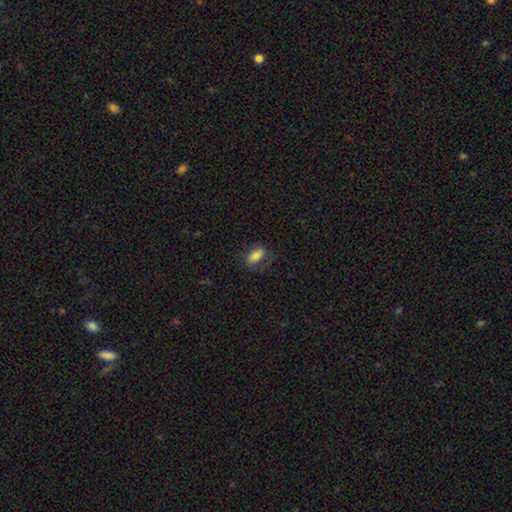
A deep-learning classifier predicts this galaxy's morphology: A smooth galaxy with no disk features (76%) that is in between round and cigar-shaped (83%). Merging: none (71%).